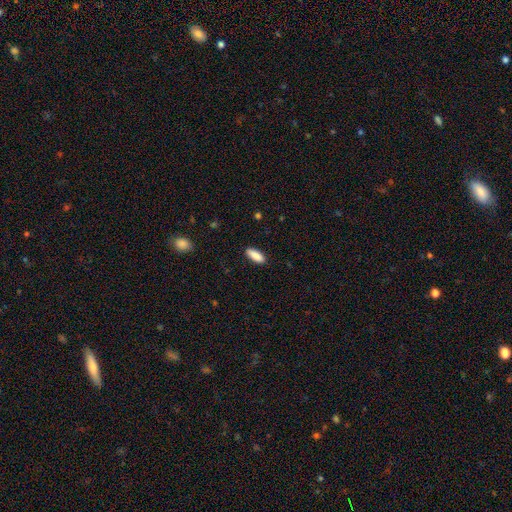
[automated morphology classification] Smooth or featured? smooth (88%)
How rounded? in between (70%)
Merging? none (87%)